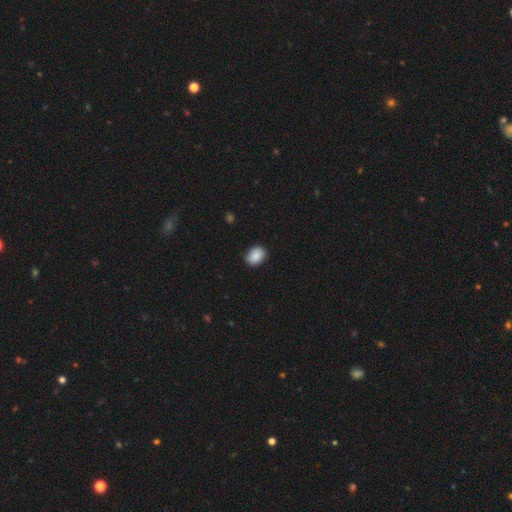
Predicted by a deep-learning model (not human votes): A smooth galaxy with no disk features (89%) that is in between round and cigar-shaped (66%). Merging: none (88%).